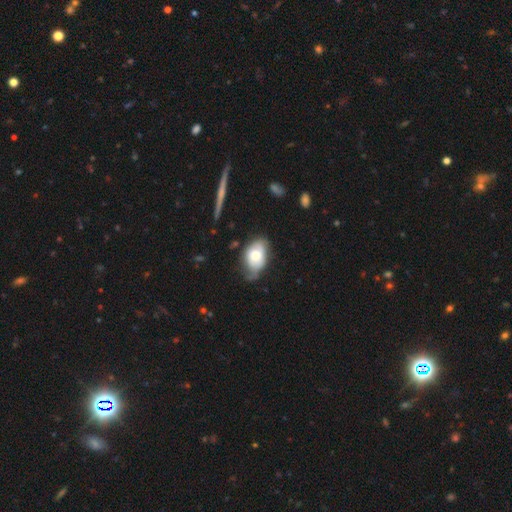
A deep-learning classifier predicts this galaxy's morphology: Overall: smooth (61%; featured or disk 32%). How rounded: in between (87%). Merging: none (47%; minor disturbance 38%).